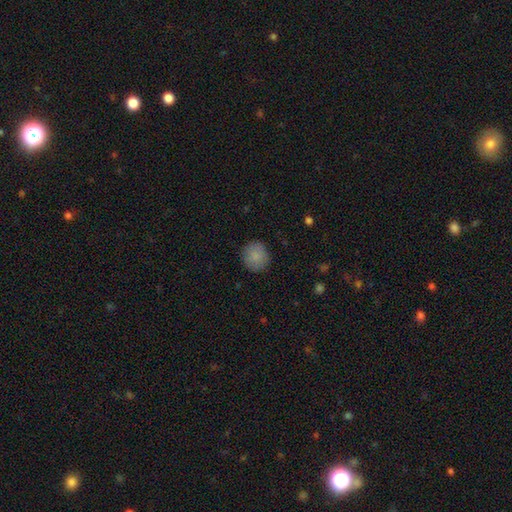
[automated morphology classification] A smooth galaxy with no disk features (86%) that is round (89%). Merging: none (87%).